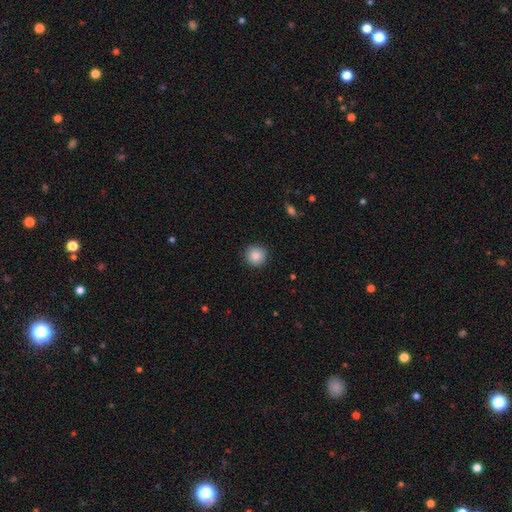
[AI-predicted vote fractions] Smooth or featured? smooth (87%)
How rounded? round (95%)
Merging? none (90%)